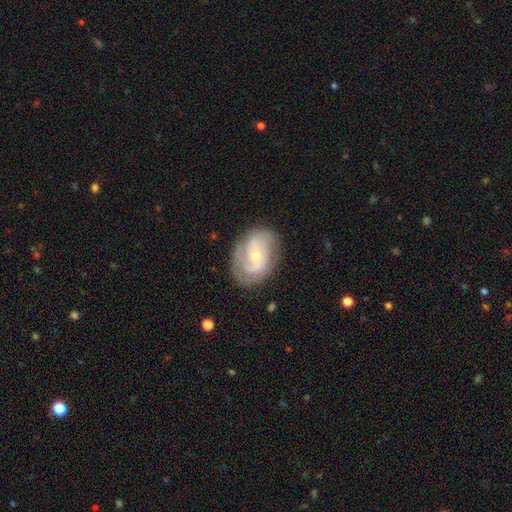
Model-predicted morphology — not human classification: Smooth or featured? featured or disk (77%)
Edge-on disk? no (97%)
Bar? no (53%)
Spiral arms? yes (91%)
Spiral winding? tight (47%)
Spiral arm count? 2 (60%)
Bulge size? small (65%)
Merging? none (75%)